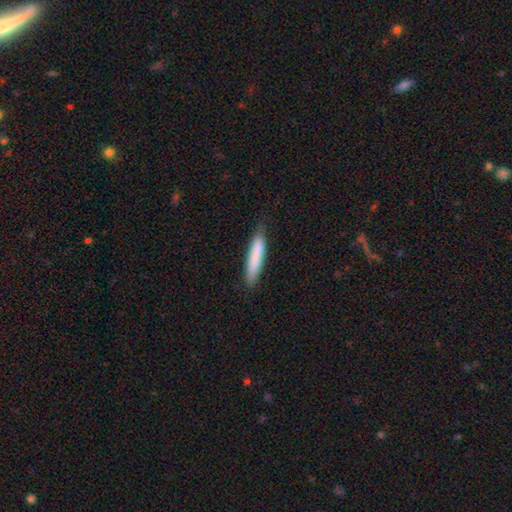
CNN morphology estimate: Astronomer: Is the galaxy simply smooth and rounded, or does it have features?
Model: smooth — 81%.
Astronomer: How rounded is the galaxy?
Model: cigar-shaped — 89%.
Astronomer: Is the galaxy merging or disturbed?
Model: none — 81%.